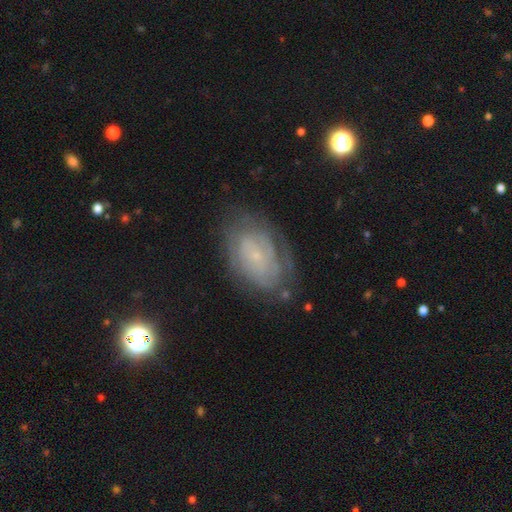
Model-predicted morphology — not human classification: Smooth or featured?
  - featured or disk: 63% *
  - smooth: 27%
  - star or artifact: 10%
Edge-on disk?
  - no: 95% *
  - yes: 5%
Bar?
  - no: 76% *
  - weak: 20%
  - strong: 4%
Spiral arms?
  - yes: 73% *
  - no: 27%
Bulge size?
  - small: 80% *
  - moderate: 9%
  - none: 8%
  - large: 1%
  - dominant: 1%
Merging?
  - none: 65% *
  - minor disturbance: 21%
  - major disturbance: 11%
  - merger: 2%